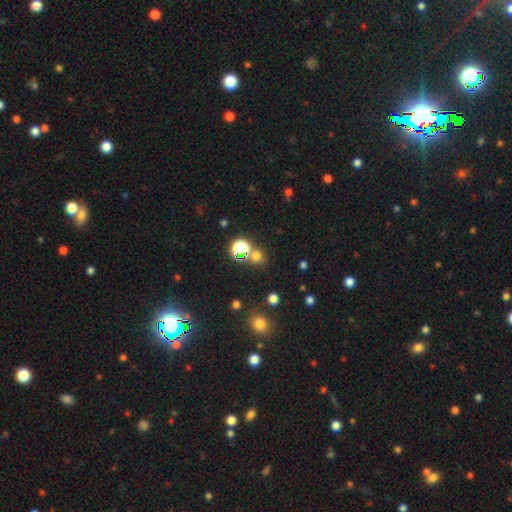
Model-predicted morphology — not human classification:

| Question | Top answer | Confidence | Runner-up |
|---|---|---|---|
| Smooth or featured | smooth | 58% | star or artifact (36%) |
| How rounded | round | 84% | in between (15%) |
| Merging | none | 72% | merger (15%) |